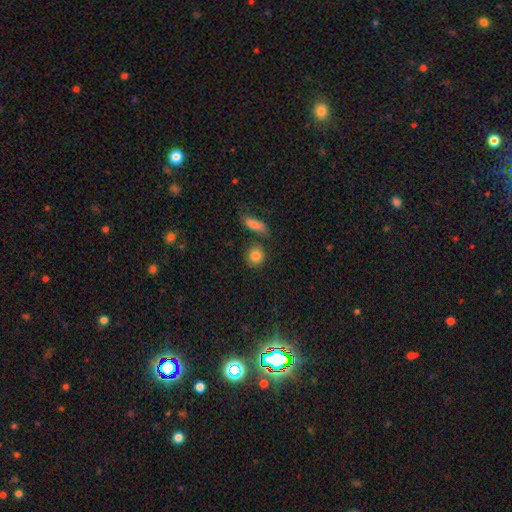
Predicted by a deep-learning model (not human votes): This is clearly a smooth galaxy (85%). How rounded: likely round (78%). Merging: likely none (73%).